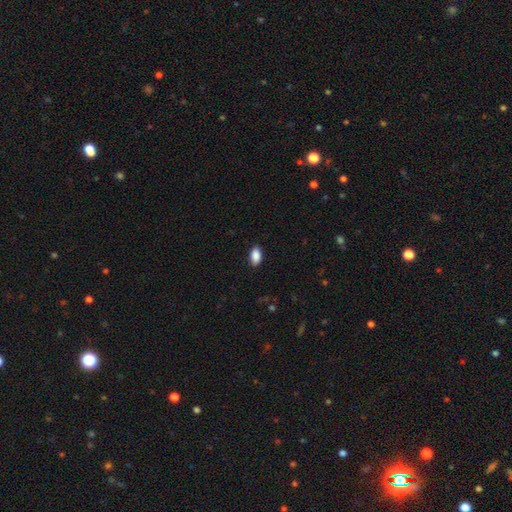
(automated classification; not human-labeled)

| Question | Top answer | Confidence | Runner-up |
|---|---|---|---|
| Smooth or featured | smooth | 89% | star or artifact (7%) |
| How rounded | in between | 92% | round (5%) |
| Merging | none | 87% | minor disturbance (10%) |